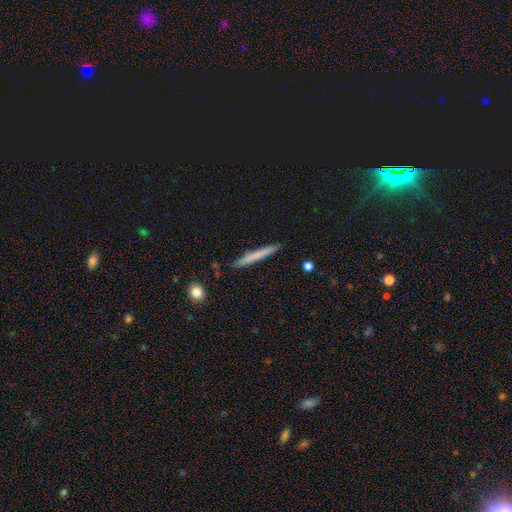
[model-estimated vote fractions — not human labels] A smooth galaxy with no disk features (64%) that is cigar-shaped (97%).

Vote fractions:
- Smooth or featured? smooth: 64% / featured or disk: 30% / star or artifact: 6%
- How rounded? cigar-shaped: 97% / in between: 2% / round: 1%
- Merging? none: 90% / minor disturbance: 7% / merger: 2% / major disturbance: 1%